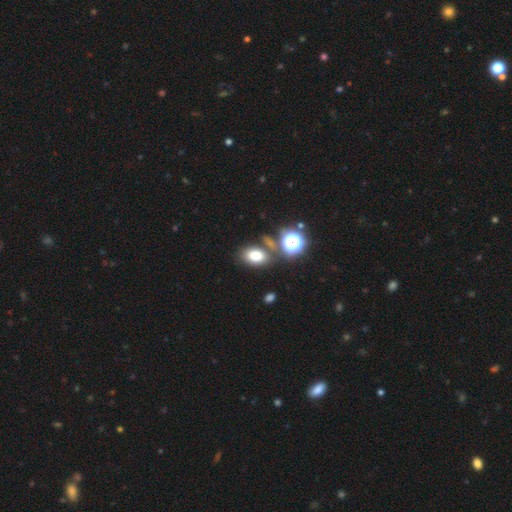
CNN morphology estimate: The model was most divided on "merging": none: 66%, merger: 16%, minor disturbance: 13%, major disturbance: 5%. More confident: smooth or featured — smooth (76%); how rounded — in between (76%).